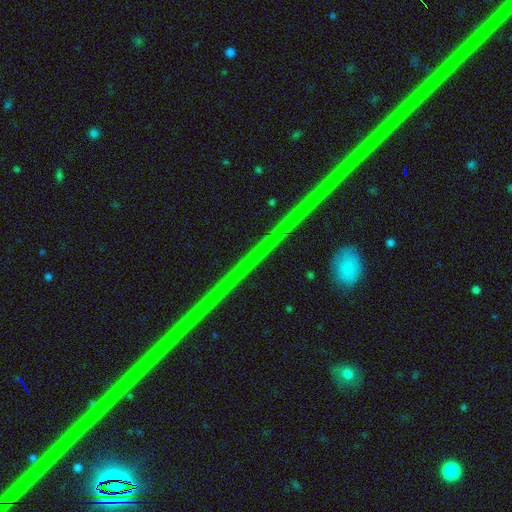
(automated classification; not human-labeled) smooth-or-featured: star or artifact: 84% | featured or disk: 11% | smooth: 6%